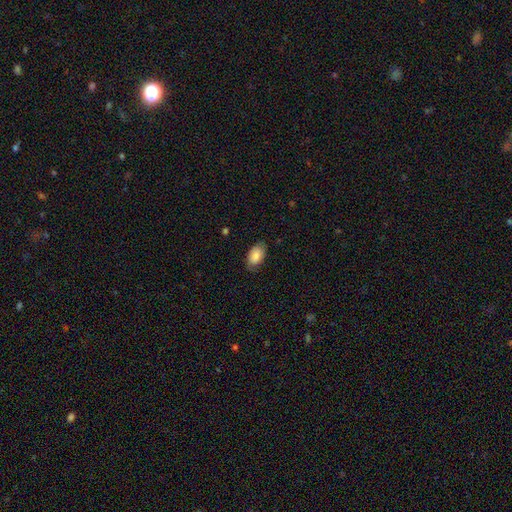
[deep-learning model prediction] This appears to be a smooth galaxy with no disk features (80%) that is in between round and cigar-shaped (93%). Merging: none (73%).